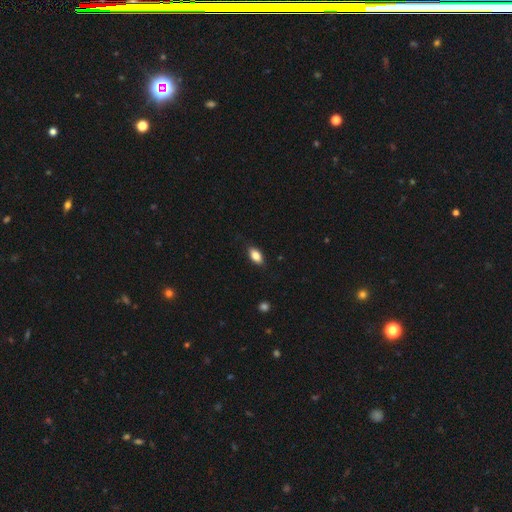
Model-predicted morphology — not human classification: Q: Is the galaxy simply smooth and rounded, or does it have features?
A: smooth — 83%.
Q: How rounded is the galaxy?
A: in between — 89%.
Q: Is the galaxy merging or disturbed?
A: none — 84%.